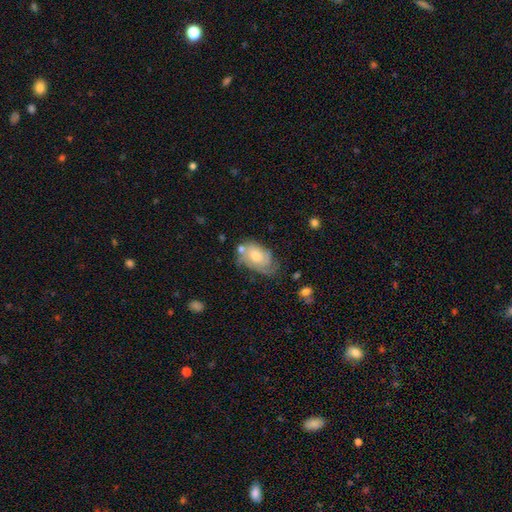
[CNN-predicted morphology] This is likely a featured or disk galaxy (64%). It is clearly not viewed edge-on (95%). Bar: likely no (74%). Spiral arm pattern: clearly yes (86%). Spiral arm count: marginally can't tell (38%). Spiral winding: possibly tight (55%). Central bulge: possibly moderate (56%). Merging: possibly none (50%).